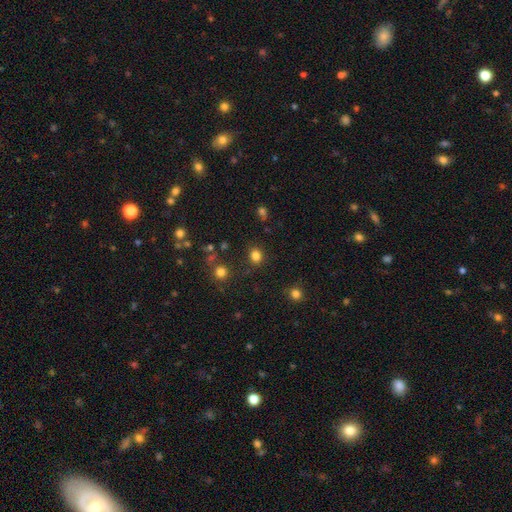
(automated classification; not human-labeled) The model was most divided on "how rounded": round: 72%, in between: 27%, cigar-shaped: 1%. More confident: merging — none (84%); smooth or featured — smooth (81%).